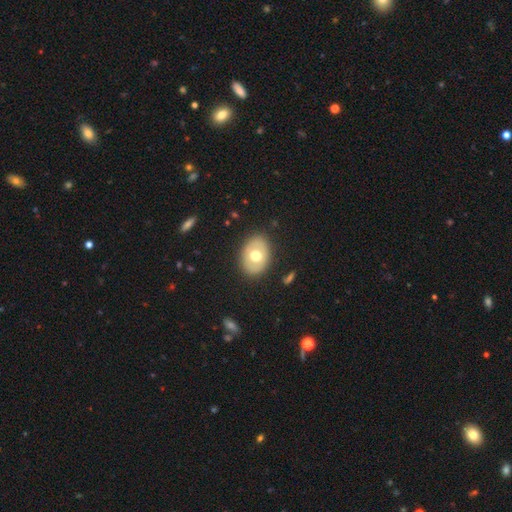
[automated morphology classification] Smooth or featured: smooth — 55% (featured or disk — 38%)
How rounded: in between — 71% (round — 28%)
Merging: none — 85% (minor disturbance — 10%)